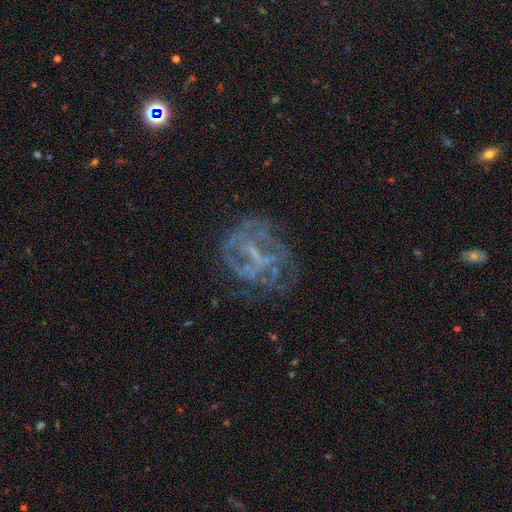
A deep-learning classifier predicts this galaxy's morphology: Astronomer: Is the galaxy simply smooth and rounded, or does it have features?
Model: featured or disk — 67%.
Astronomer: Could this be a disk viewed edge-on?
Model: no — 97%.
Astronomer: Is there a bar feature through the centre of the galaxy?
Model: no — 53% (runner-up: weak, 34%).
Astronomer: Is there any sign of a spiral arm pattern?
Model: no — 55% (runner-up: yes, 45%).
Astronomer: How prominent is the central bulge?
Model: none — 50% (runner-up: small, 34%).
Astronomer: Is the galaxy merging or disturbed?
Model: none — 56%.